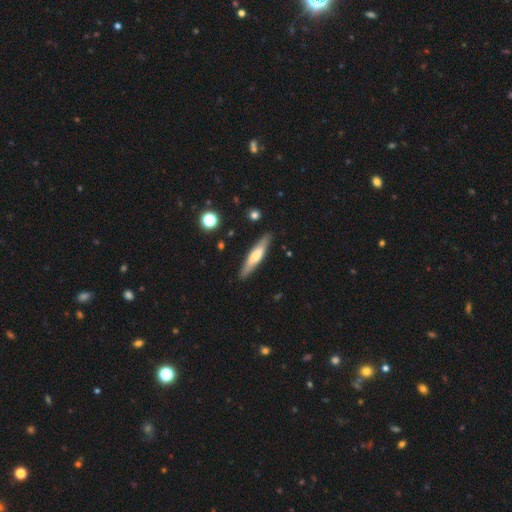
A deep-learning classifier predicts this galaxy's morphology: smooth_or_featured: smooth (p=0.53) [alt: featured or disk p=0.41]
how_rounded: cigar-shaped (p=0.84) [alt: in between p=0.15]
merging: none (p=0.88) [alt: minor disturbance p=0.09]